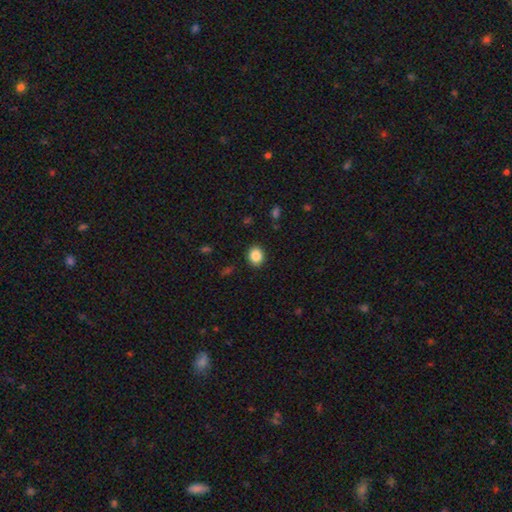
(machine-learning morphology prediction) Smooth or featured? smooth (87%)
How rounded? round (60%)
Merging? none (90%)